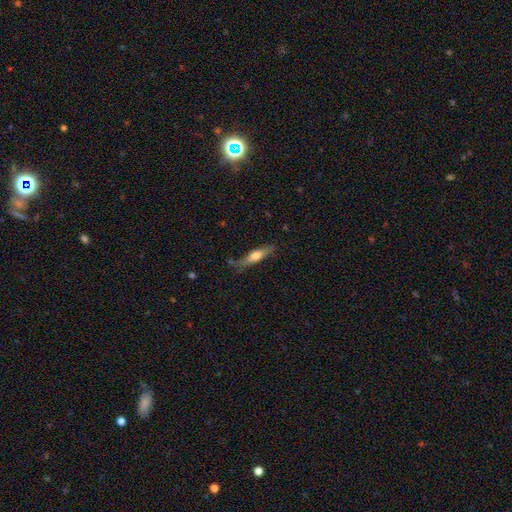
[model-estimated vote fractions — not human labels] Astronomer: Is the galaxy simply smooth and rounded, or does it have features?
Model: smooth — 52% (runner-up: featured or disk, 42%).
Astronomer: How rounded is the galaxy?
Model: cigar-shaped — 73%.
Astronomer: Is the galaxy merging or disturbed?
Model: none — 70%.